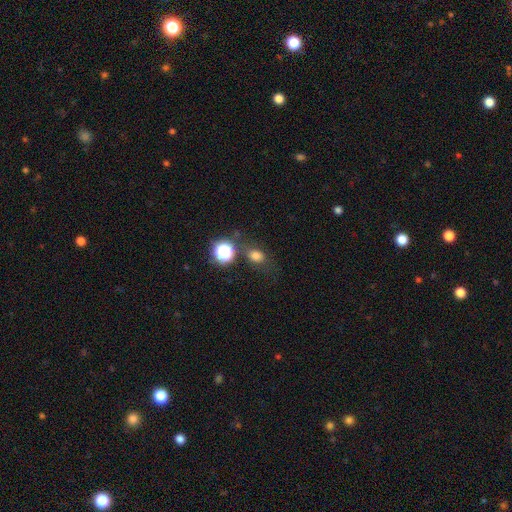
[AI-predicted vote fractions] Smooth or featured? smooth (73%)
How rounded? in between (54%)
Merging? none (68%)